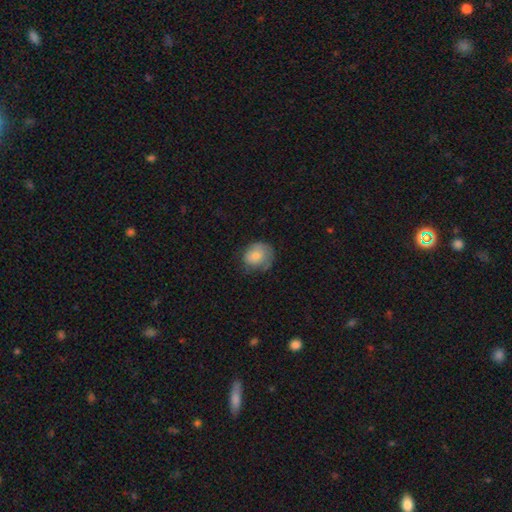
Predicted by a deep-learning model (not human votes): smooth_or_featured: smooth (p=0.70) [alt: featured or disk p=0.22]
how_rounded: round (p=0.70) [alt: in between p=0.29]
merging: none (p=0.58) [alt: minor disturbance p=0.29]